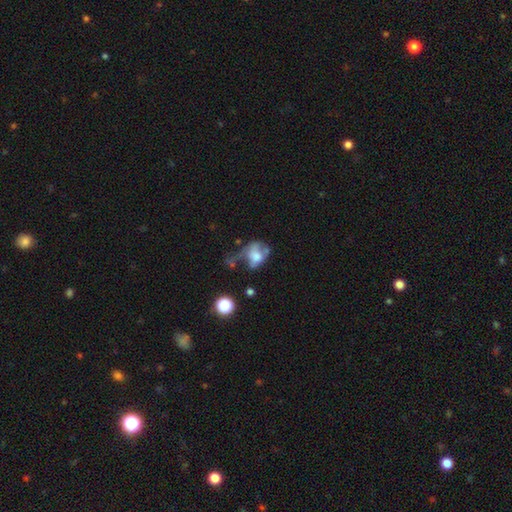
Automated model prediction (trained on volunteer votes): smooth-or-featured: smooth: 51% | featured or disk: 38% | star or artifact: 12%
  how-rounded: in between: 64% | round: 34% | cigar-shaped: 2%
  merging: major disturbance: 41% | minor disturbance: 21% | none: 20% | merger: 18%